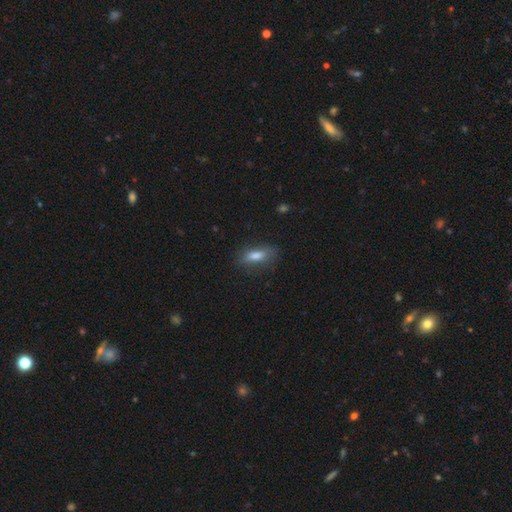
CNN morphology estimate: Smooth or featured? smooth (74%)
How rounded? in between (57%)
Merging? none (75%)